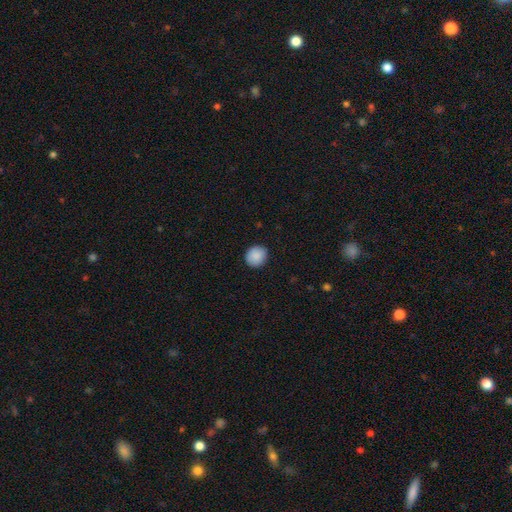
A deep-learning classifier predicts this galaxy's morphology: Smooth or featured?
  - smooth: 89% *
  - star or artifact: 7%
  - featured or disk: 3%
How rounded?
  - round: 83% *
  - in between: 16%
  - cigar-shaped: 1%
Merging?
  - none: 90% *
  - minor disturbance: 7%
  - major disturbance: 2%
  - merger: 1%